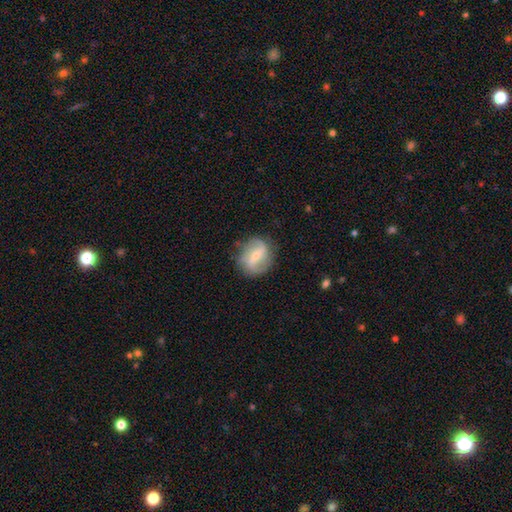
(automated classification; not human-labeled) This is likely a featured or disk galaxy (72%). It is clearly not viewed edge-on (96%). Bar: marginally strong (42%). Spiral arm pattern: clearly yes (84%). Spiral arm count: clearly 2 (84%). Spiral winding: possibly loose (54%). Central bulge: possibly small (60%). Merging: likely none (77%).